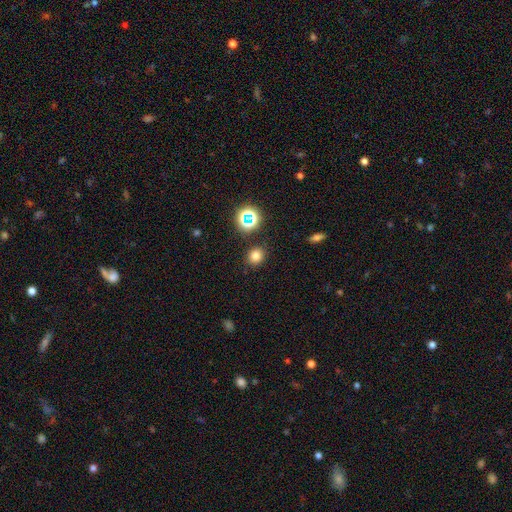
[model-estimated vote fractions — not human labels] A smooth galaxy with no disk features (76%) that is round (74%). Merging: none (87%).